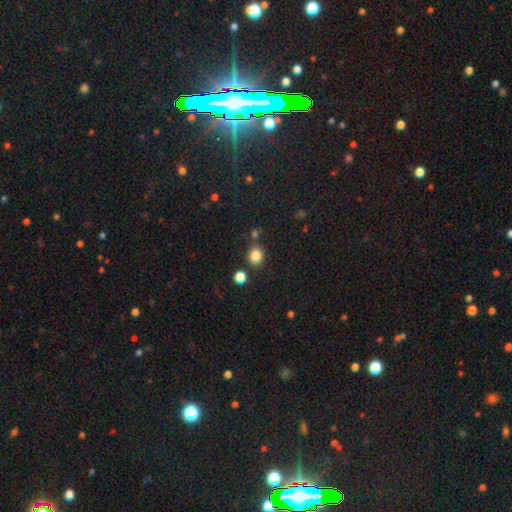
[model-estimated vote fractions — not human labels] A smooth galaxy with no disk features (84%) that is round (68%). Merging: none (77%).